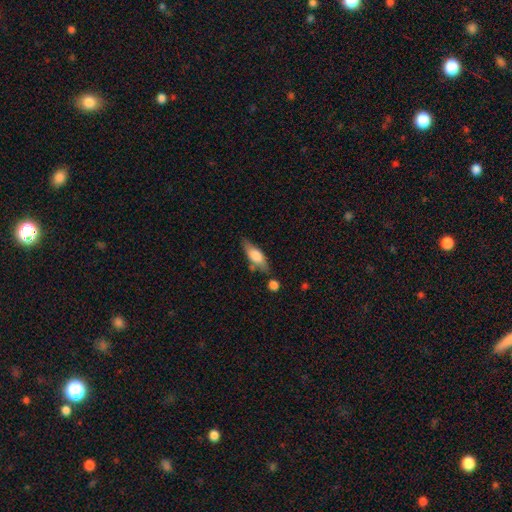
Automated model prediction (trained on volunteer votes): smooth-or-featured: smooth: 67% | featured or disk: 27% | star or artifact: 6%
  how-rounded: in between: 62% | cigar-shaped: 35% | round: 3%
  merging: none: 67% | minor disturbance: 19% | merger: 9% | major disturbance: 5%